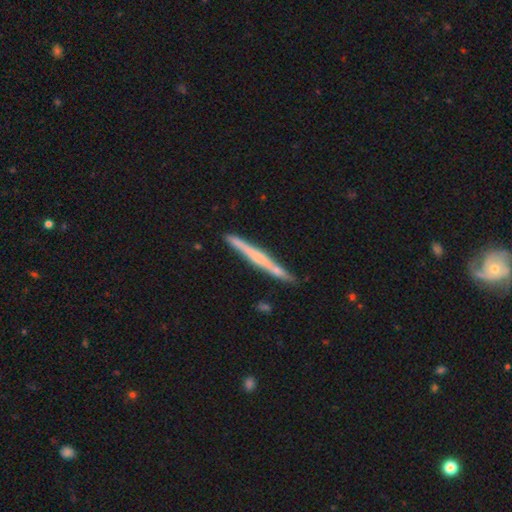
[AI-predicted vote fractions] Overall: featured or disk (56%; smooth 38%). Edge-on disk: yes (97%). Edge-on bulge: none (57%; rounded 27%). Merging: none (85%).